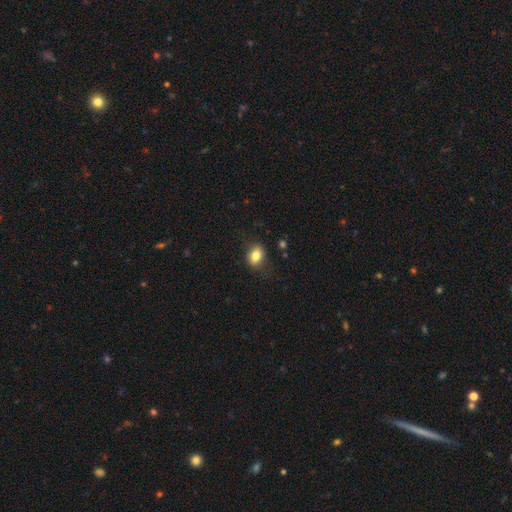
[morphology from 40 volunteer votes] Smooth or featured? smooth (80%)
How rounded? in between (81%)
Merging? none (80%)